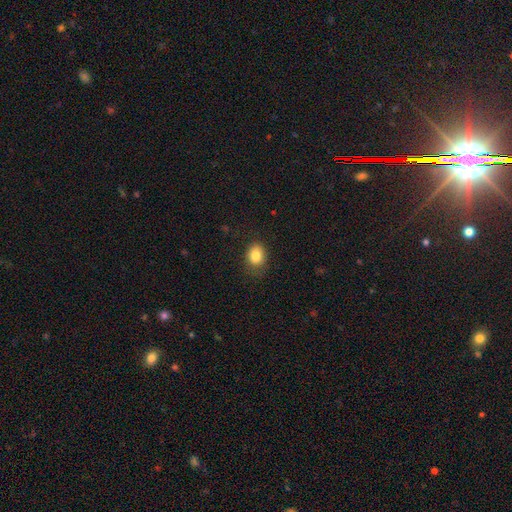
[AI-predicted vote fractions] Smooth or featured: smooth — 83% (star or artifact — 9%)
How rounded: in between — 52% (round — 47%)
Merging: none — 77% (minor disturbance — 17%)